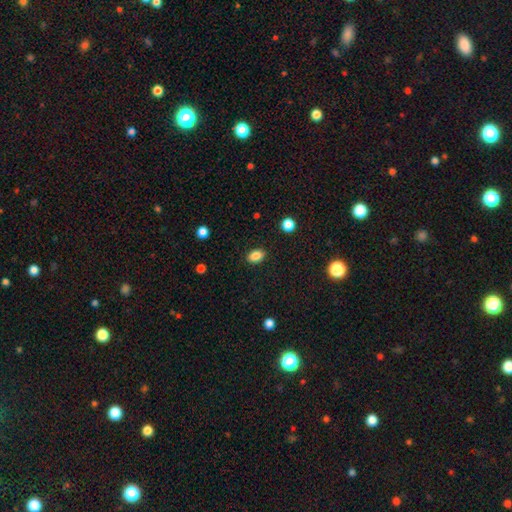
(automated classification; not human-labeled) Smooth or featured? Predicted: smooth (p=0.86). How rounded? Predicted: in between (p=0.82). Merging? Predicted: none (p=0.88).